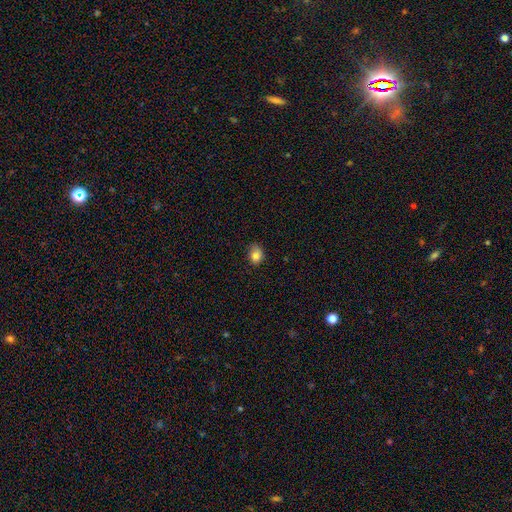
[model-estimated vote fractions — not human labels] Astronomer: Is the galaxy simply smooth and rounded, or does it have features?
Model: smooth — 83%.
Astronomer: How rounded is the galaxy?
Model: in between — 53% (runner-up: round, 46%).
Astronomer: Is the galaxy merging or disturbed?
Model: none — 65%.